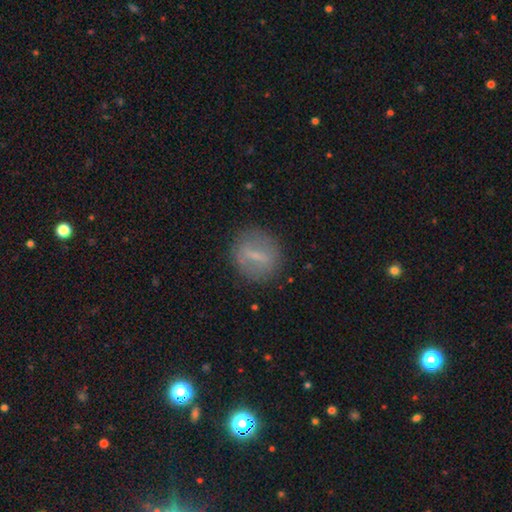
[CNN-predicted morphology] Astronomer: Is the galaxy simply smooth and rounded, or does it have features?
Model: featured or disk — 47% (runner-up: smooth, 43%).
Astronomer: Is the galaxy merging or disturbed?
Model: none — 84%.